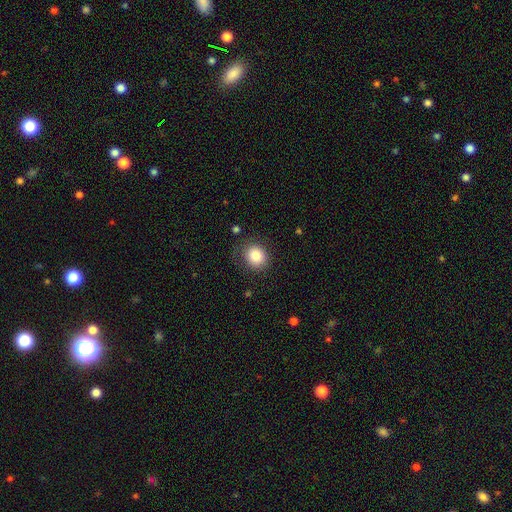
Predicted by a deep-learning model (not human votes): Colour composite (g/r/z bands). It shows a smooth galaxy with no disk features (84%) that is round (78%). Merging: none (80%).